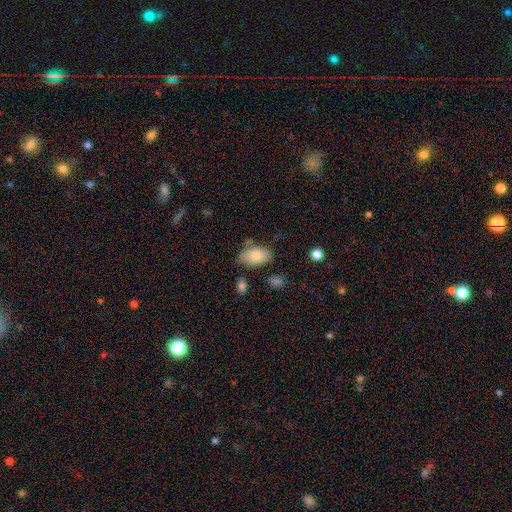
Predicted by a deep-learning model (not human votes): Morphology: type=smooth (83%); roundness=in between (93%); merging=none (69%).